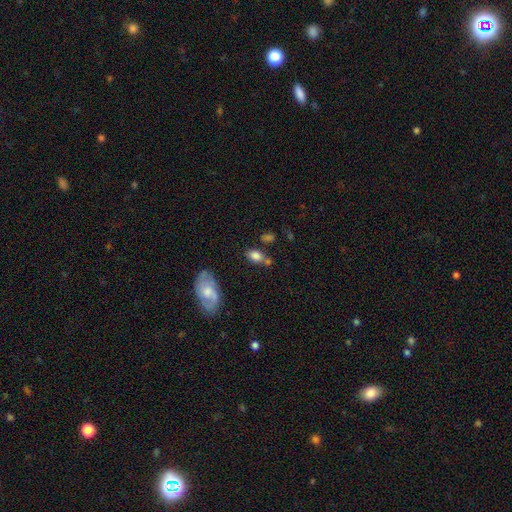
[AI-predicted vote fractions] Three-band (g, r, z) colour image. It shows a smooth galaxy with no disk features (79%) that is in between round and cigar-shaped (85%). Merging: none (53%).